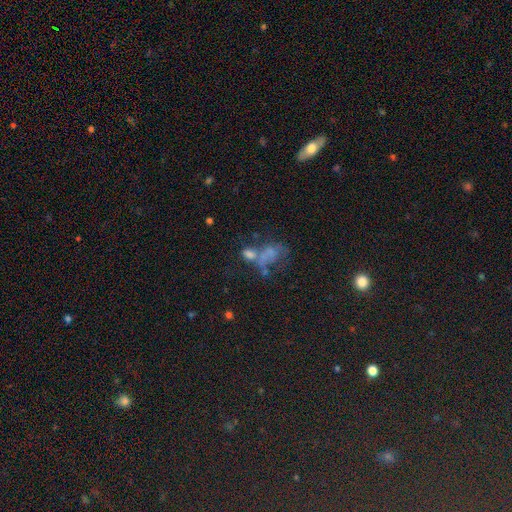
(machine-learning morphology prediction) The model was most divided on "smooth or featured": smooth: 38%, star or artifact: 34%, featured or disk: 28%. Remaining: merging — merger (35%).